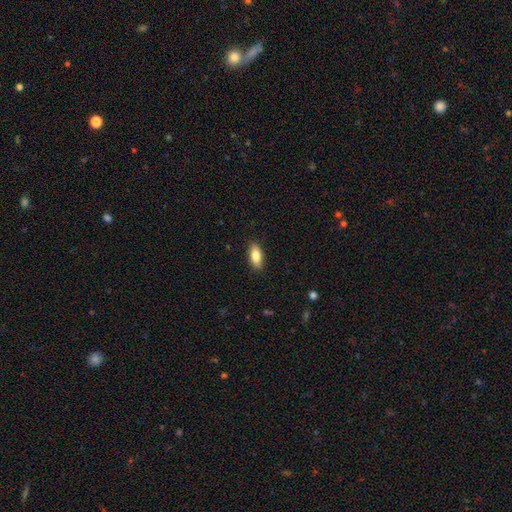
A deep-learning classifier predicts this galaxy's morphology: type=smooth (81%); roundness=in between (82%); merging=none (88%).